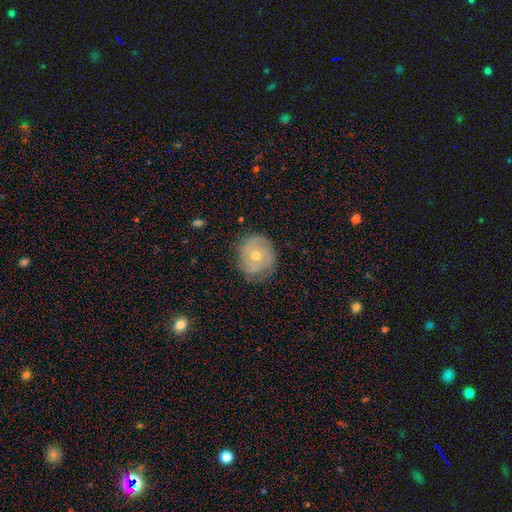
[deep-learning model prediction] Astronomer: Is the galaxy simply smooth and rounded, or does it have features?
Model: featured or disk — 65%.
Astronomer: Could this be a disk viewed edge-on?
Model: no — 97%.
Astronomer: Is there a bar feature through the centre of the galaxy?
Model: no — 81%.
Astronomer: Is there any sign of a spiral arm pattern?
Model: yes — 78%.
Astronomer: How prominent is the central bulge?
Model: moderate — 52% (runner-up: small, 45%).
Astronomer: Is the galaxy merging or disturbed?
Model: none — 73%.